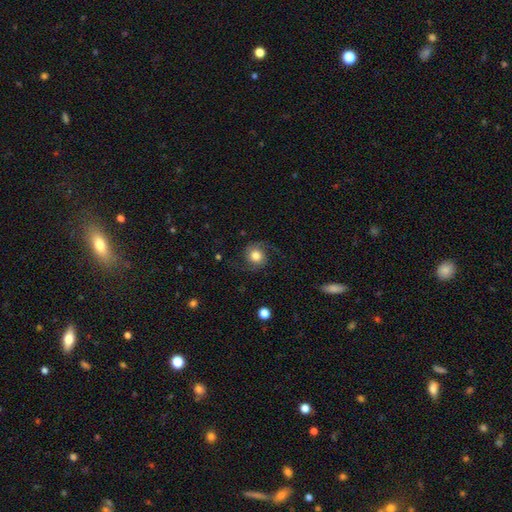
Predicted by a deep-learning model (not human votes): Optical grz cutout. It shows a featured or disk galaxy (54%) with no bar (77%), spiral arms (92%) and a moderate central bulge (50%). Merging: none (74%).